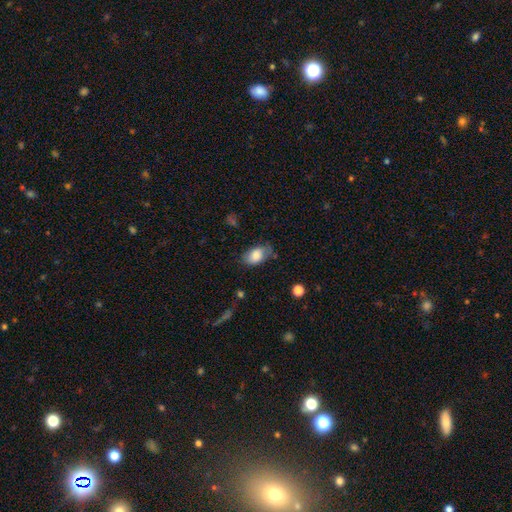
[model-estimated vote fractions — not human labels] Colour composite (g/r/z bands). It shows a smooth galaxy with no disk features (80%) that is in between round and cigar-shaped (90%). Merging: none (65%).